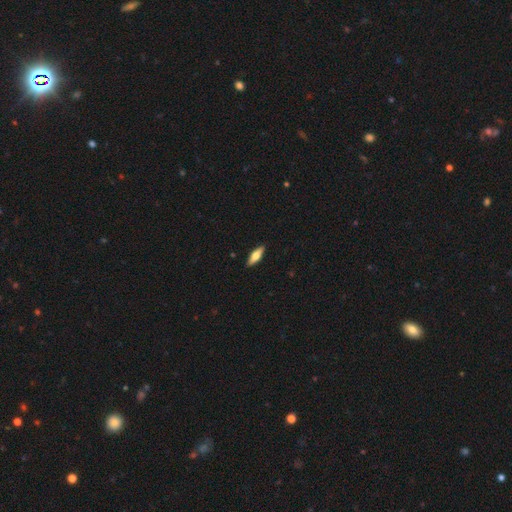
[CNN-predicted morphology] The model was most divided on "how rounded": in between: 49%, cigar-shaped: 48%, round: 3%. More confident: merging — none (90%); smooth or featured — smooth (53%).